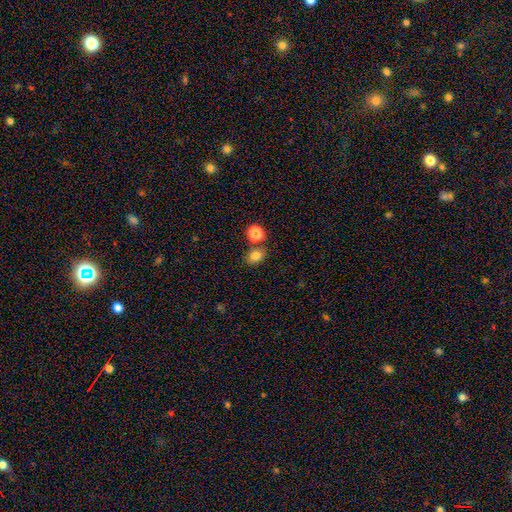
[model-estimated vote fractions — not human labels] Smooth or featured?
  - smooth: 82% *
  - star or artifact: 12%
  - featured or disk: 6%
How rounded?
  - round: 53% *
  - in between: 46%
  - cigar-shaped: 1%
Merging?
  - none: 70% *
  - merger: 16%
  - minor disturbance: 10%
  - major disturbance: 3%